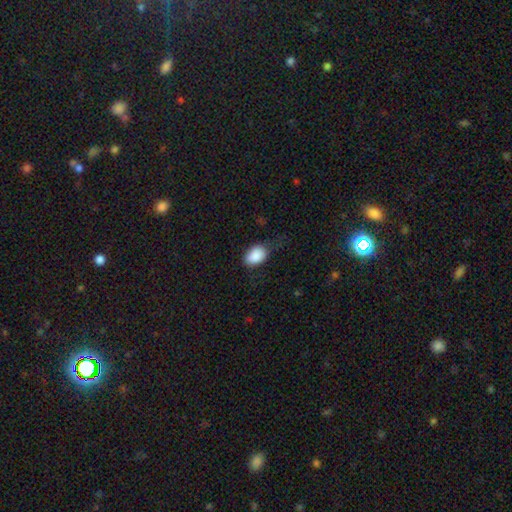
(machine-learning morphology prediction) smooth-or-featured: smooth: 88% | star or artifact: 7% | featured or disk: 5%
  how-rounded: in between: 82% | round: 17% | cigar-shaped: 1%
  merging: none: 62% | minor disturbance: 27% | major disturbance: 9% | merger: 2%